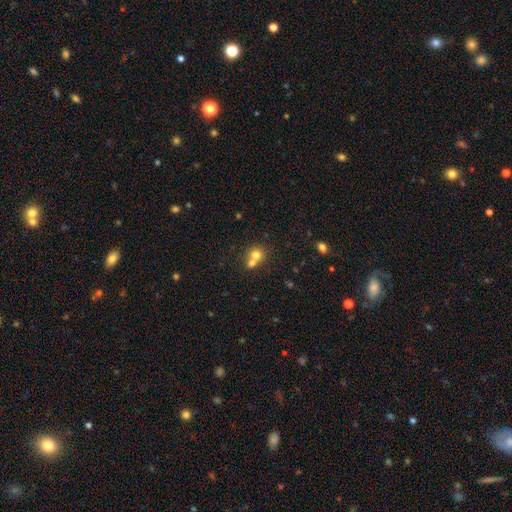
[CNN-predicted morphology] This appears to be a smooth galaxy with no disk features (72%) that is round (76%). Merging: merger (61%).